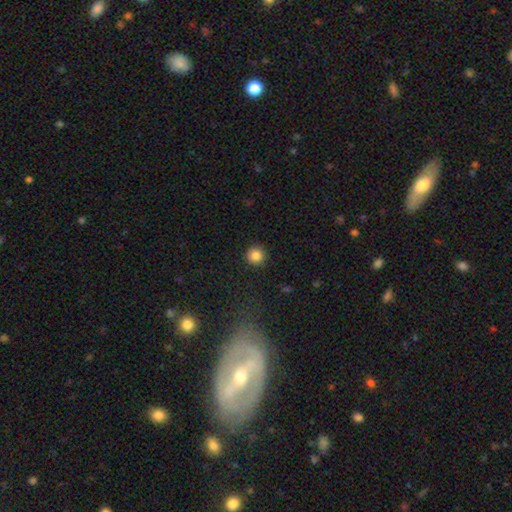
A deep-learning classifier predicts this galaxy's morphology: type=smooth (85%); roundness=round (95%); merging=none (92%).